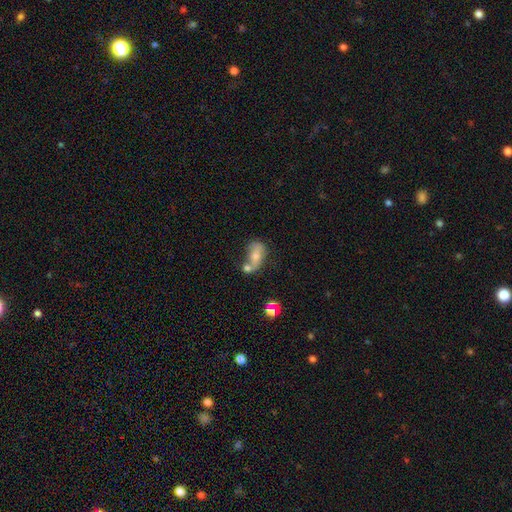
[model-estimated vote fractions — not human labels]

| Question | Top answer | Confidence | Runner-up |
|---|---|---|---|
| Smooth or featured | smooth | 56% | featured or disk (33%) |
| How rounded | in between | 82% | round (13%) |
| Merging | merger | 49% | none (25%) |